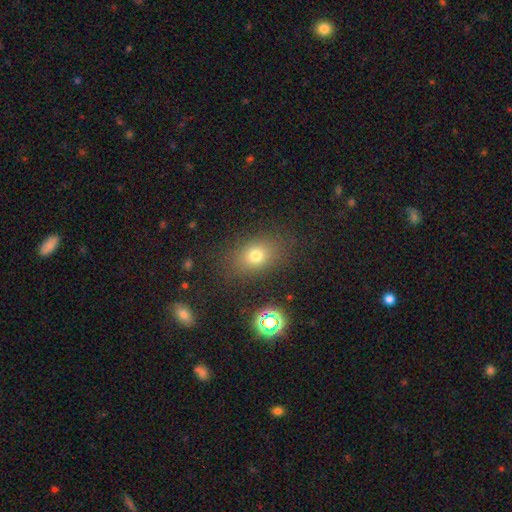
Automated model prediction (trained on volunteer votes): Smooth or featured? smooth (71%)
How rounded? in between (61%)
Merging? none (80%)